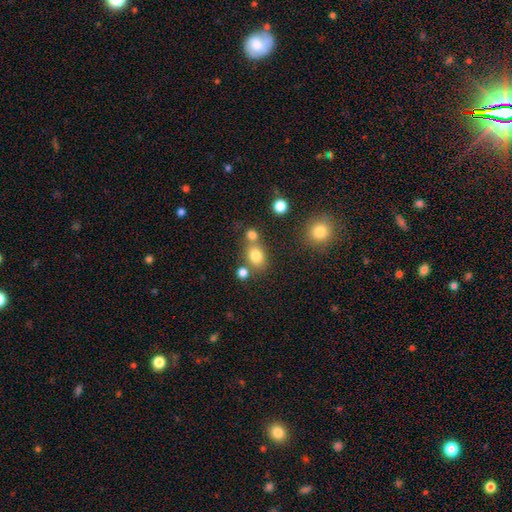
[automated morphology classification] Smooth or featured: smooth — 78% (star or artifact — 13%)
How rounded: round — 57% (in between — 42%)
Merging: none — 59% (merger — 25%)